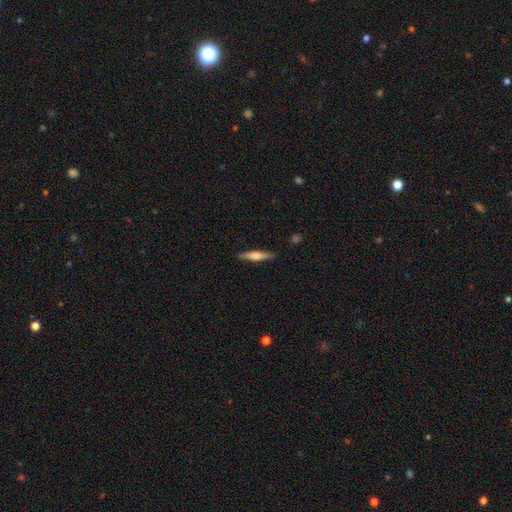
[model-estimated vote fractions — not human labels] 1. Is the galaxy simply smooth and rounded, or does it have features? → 51% smooth, 43% featured or disk, 6% star or artifact.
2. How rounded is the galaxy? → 85% cigar-shaped, 13% in between, 2% round.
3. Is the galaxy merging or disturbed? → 88% none, 9% minor disturbance, 2% major disturbance, 1% merger.